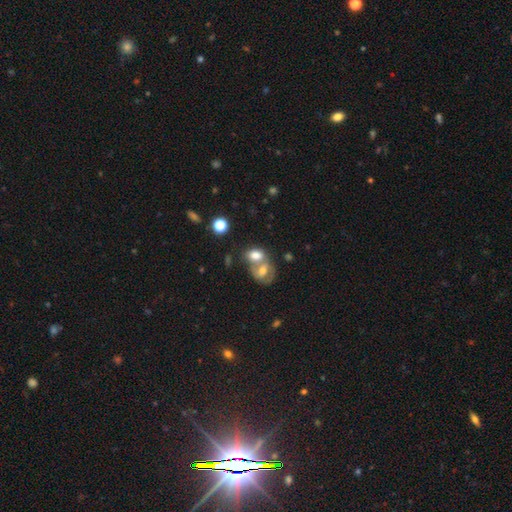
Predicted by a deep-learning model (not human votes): Smooth or featured: smooth — 69% (featured or disk — 21%)
How rounded: in between — 73% (round — 25%)
Merging: merger — 59% (none — 27%)